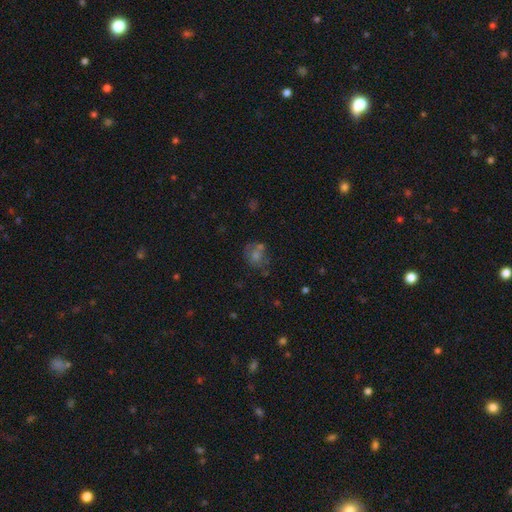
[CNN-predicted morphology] Smooth or featured? Predicted: smooth (p=0.50). How rounded? Predicted: round (p=0.68). Merging? Predicted: none (p=0.55).